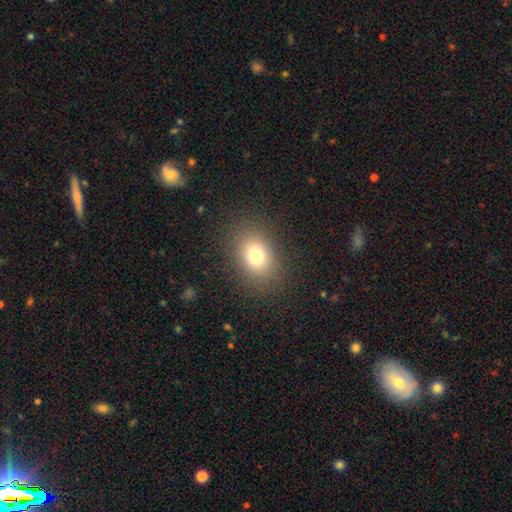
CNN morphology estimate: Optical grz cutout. It shows a smooth galaxy with no disk features (77%) that is in between round and cigar-shaped (68%). Merging: none (85%).